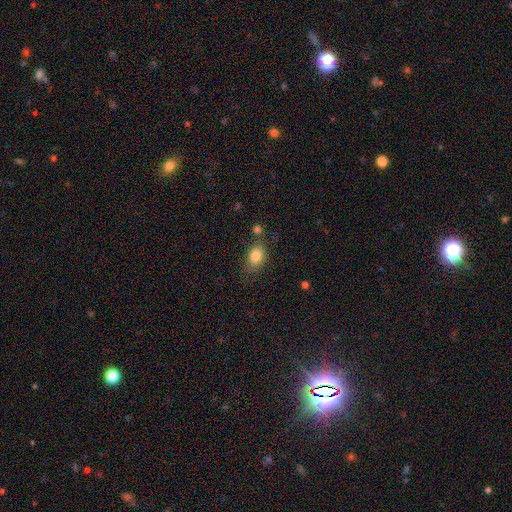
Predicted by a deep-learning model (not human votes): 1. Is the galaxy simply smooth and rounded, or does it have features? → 84% smooth, 9% star or artifact, 7% featured or disk.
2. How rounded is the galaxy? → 78% in between, 20% round, 2% cigar-shaped.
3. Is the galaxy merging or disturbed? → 68% none, 19% minor disturbance, 8% merger, 6% major disturbance.